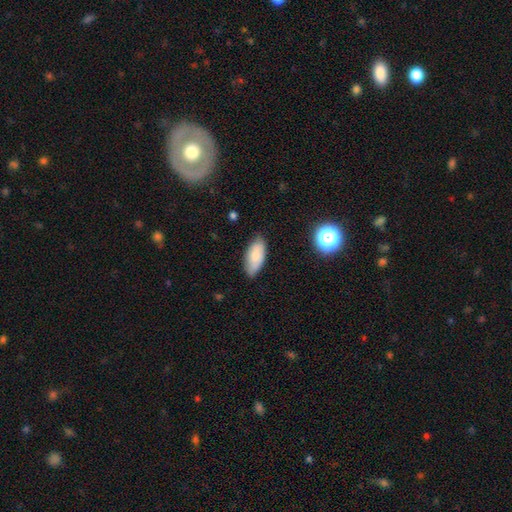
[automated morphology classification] smooth 77%, featured or disk 16%, star or artifact 7%. Down the decision tree: how rounded — in between (89%); merging — none (75%).